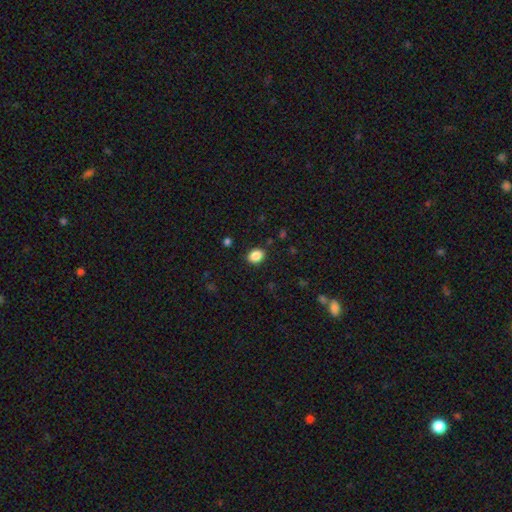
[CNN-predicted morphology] A smooth galaxy with no disk features (87%) that is in between round and cigar-shaped (62%).

Vote fractions:
- Smooth or featured? smooth: 87% / star or artifact: 9% / featured or disk: 4%
- How rounded? in between: 62% / round: 37% / cigar-shaped: 1%
- Merging? none: 88% / minor disturbance: 8% / major disturbance: 2% / merger: 1%